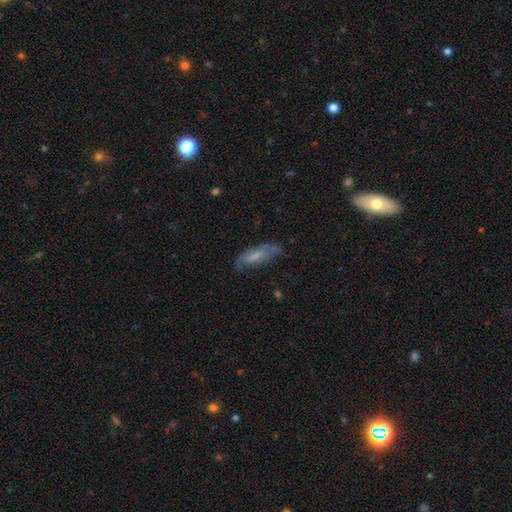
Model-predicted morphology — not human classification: Smooth or featured? Predicted: smooth (p=0.52). How rounded? Predicted: in between (p=0.54). Merging? Predicted: none (p=0.55).